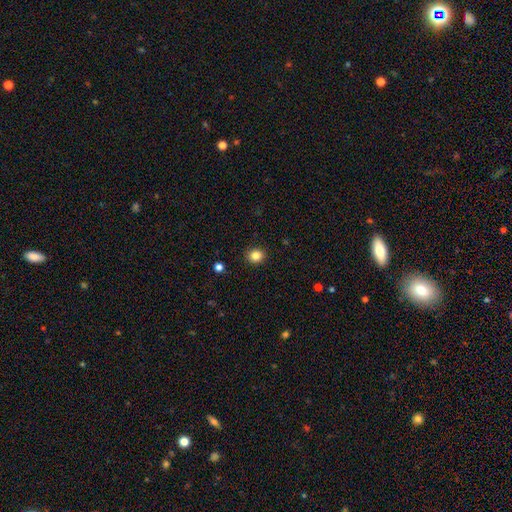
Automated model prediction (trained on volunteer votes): smooth_or_featured: smooth (p=0.84) [alt: star or artifact p=0.12]
how_rounded: round (p=0.80) [alt: in between p=0.19]
merging: none (p=0.91) [alt: minor disturbance p=0.06]